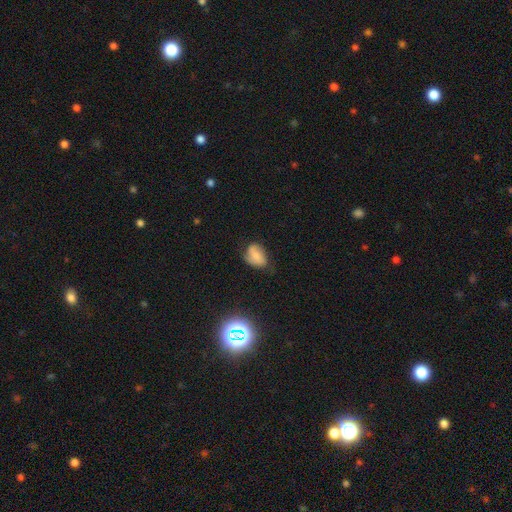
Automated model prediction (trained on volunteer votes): smooth_or_featured: smooth (p=0.59) [alt: featured or disk p=0.29]
how_rounded: in between (p=0.77) [alt: round p=0.21]
merging: none (p=0.52) [alt: minor disturbance p=0.35]